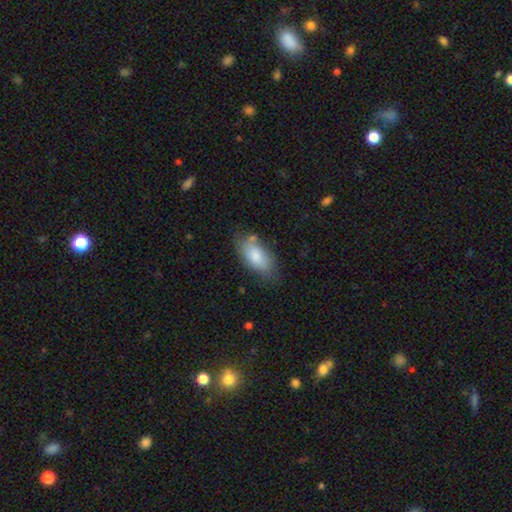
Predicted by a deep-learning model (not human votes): Smooth or featured? smooth (81%)
How rounded? in between (90%)
Merging? none (66%)